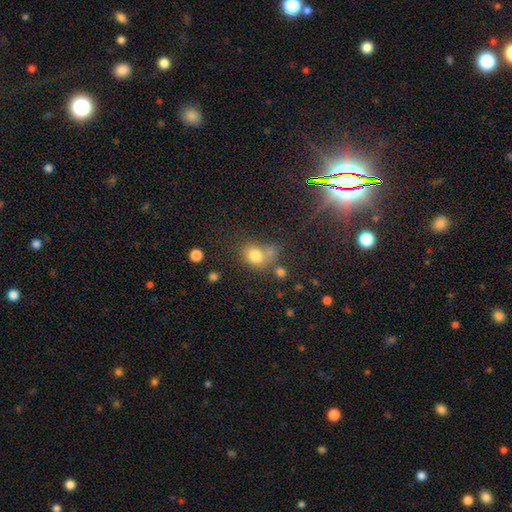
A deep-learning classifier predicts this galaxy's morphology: smooth_or_featured: smooth (p=0.77) [alt: star or artifact p=0.13]
how_rounded: round (p=0.57) [alt: in between p=0.41]
merging: none (p=0.48) [alt: merger p=0.27]